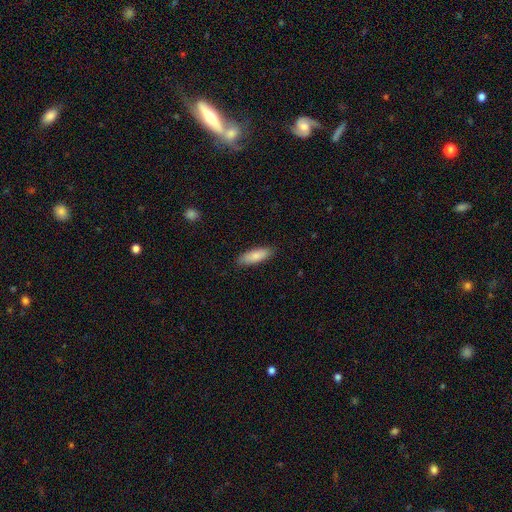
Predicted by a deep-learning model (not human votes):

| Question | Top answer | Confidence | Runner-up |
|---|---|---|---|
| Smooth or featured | smooth | 84% | featured or disk (11%) |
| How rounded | in between | 55% | cigar-shaped (44%) |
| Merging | none | 87% | minor disturbance (10%) |